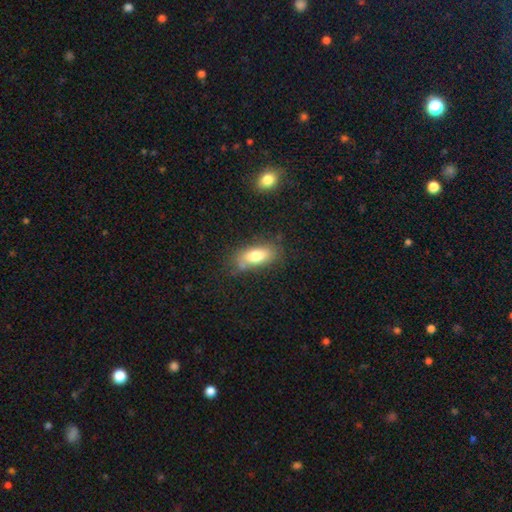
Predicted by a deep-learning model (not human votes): This appears to be a smooth galaxy with no disk features (75%) that is in between round and cigar-shaped (84%). Merging: none (68%).